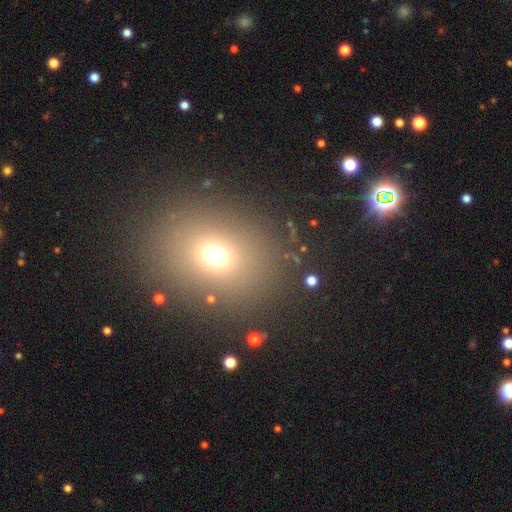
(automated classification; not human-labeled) Smooth or featured?
  - smooth: 63% *
  - star or artifact: 27%
  - featured or disk: 11%
How rounded?
  - round: 52% *
  - in between: 46%
  - cigar-shaped: 2%
Merging?
  - none: 86% *
  - minor disturbance: 7%
  - major disturbance: 4%
  - merger: 3%